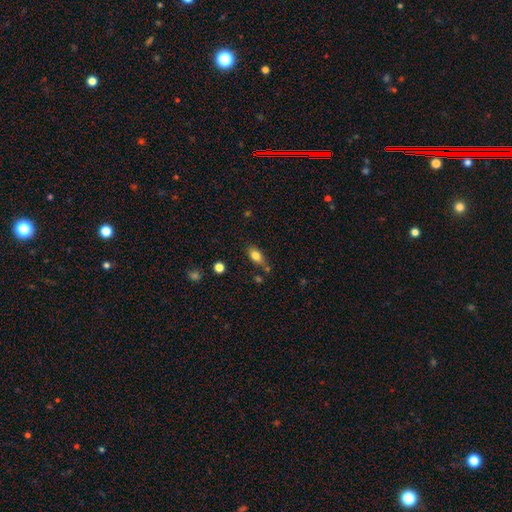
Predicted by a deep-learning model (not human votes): Morphology: type=smooth (80%); roundness=in between (86%); merging=none (70%).